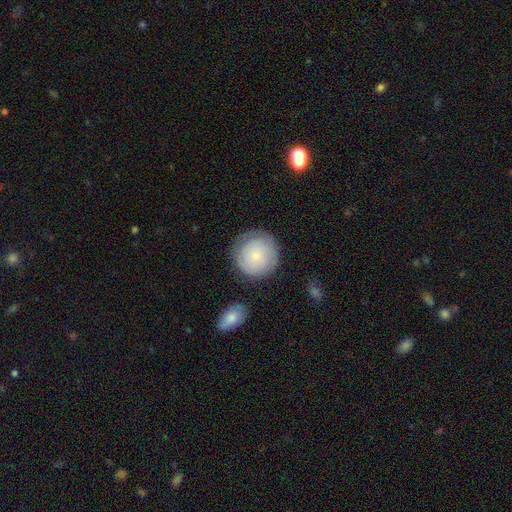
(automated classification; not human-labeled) Smooth or featured? Predicted: smooth (p=0.69). How rounded? Predicted: round (p=0.93). Merging? Predicted: none (p=0.80).